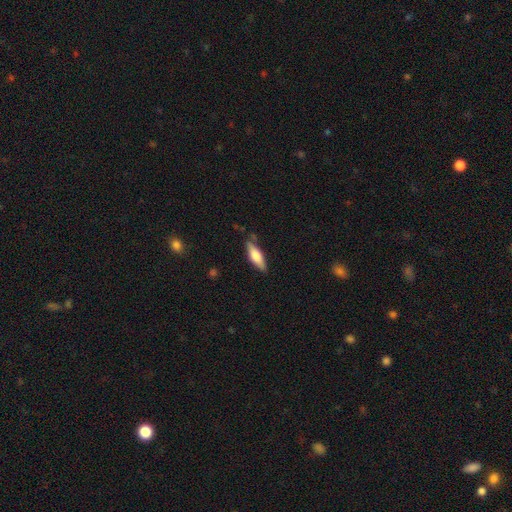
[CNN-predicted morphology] smooth-or-featured: smooth: 63% | featured or disk: 31% | star or artifact: 6%
  how-rounded: in between: 49% (tied) | cigar-shaped: 49% (tied) | round: 2%
  merging: none: 77% | minor disturbance: 17% | major disturbance: 3% | merger: 3%